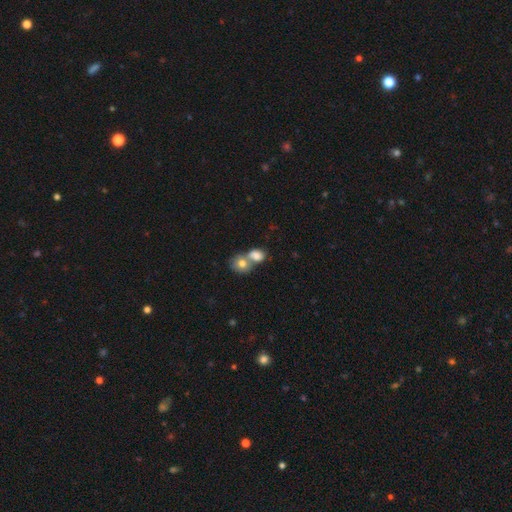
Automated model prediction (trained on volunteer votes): This appears to be a smooth galaxy with no disk features (79%) that is in between round and cigar-shaped (55%). Merging: merger (68%).